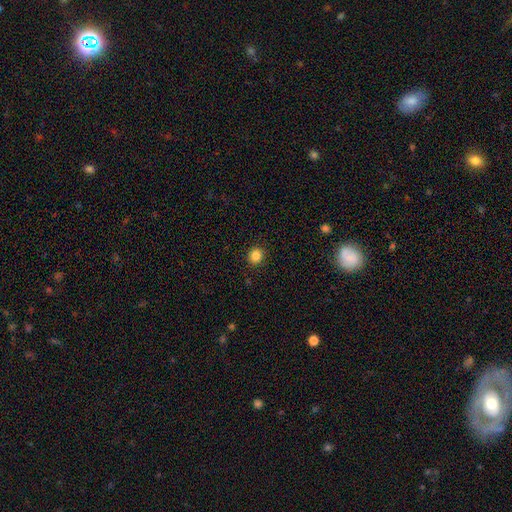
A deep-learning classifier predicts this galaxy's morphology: This is clearly a smooth galaxy (84%). How rounded: clearly round (85%). Merging: clearly none (92%).